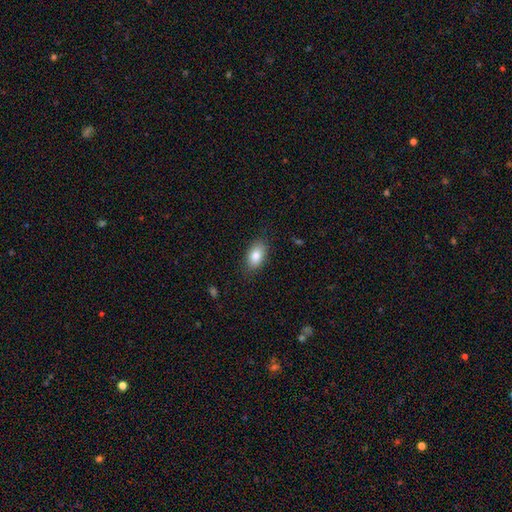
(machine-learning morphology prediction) smooth_or_featured: smooth (p=0.84) [alt: featured or disk p=0.09]
how_rounded: in between (p=0.91) [alt: round p=0.07]
merging: none (p=0.84) [alt: minor disturbance p=0.12]